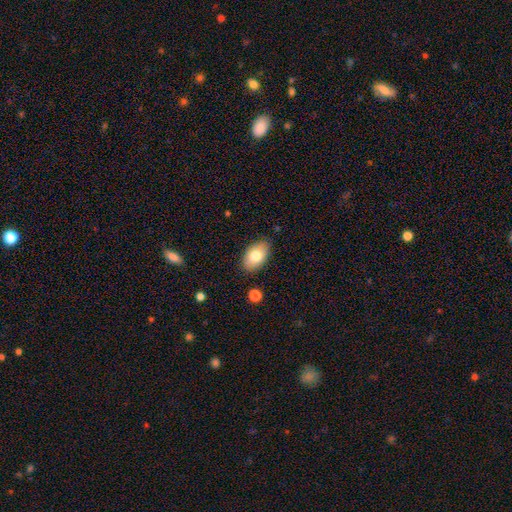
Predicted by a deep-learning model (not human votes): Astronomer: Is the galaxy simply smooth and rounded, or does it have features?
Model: smooth — 78%.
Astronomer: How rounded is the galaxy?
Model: in between — 91%.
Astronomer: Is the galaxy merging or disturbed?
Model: none — 84%.